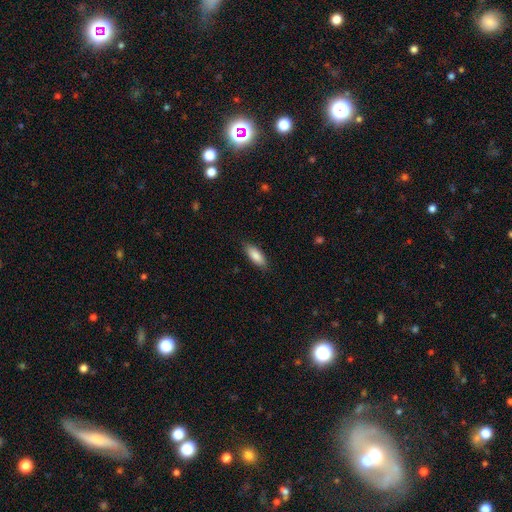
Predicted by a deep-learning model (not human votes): This appears to be a smooth galaxy with no disk features (85%) that is in between round and cigar-shaped (70%). Merging: none (86%).